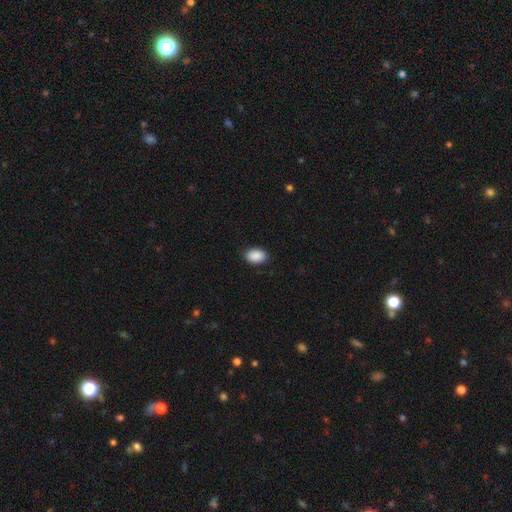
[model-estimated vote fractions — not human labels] smooth_or_featured: smooth (p=0.90) [alt: star or artifact p=0.07]
how_rounded: in between (p=0.88) [alt: round p=0.11]
merging: none (p=0.88) [alt: minor disturbance p=0.09]